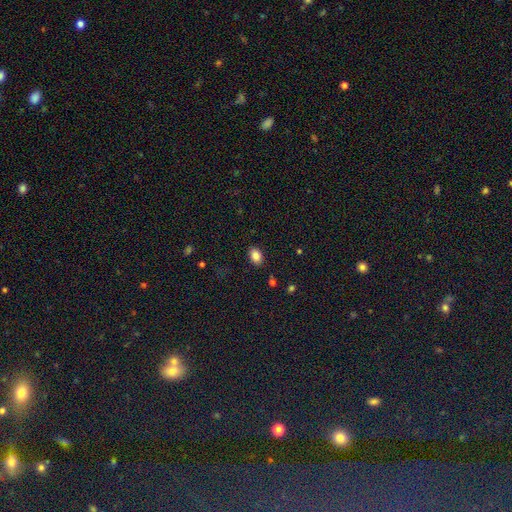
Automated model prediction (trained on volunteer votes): Overall: smooth (85%). How rounded: in between (85%). Merging: none (87%).